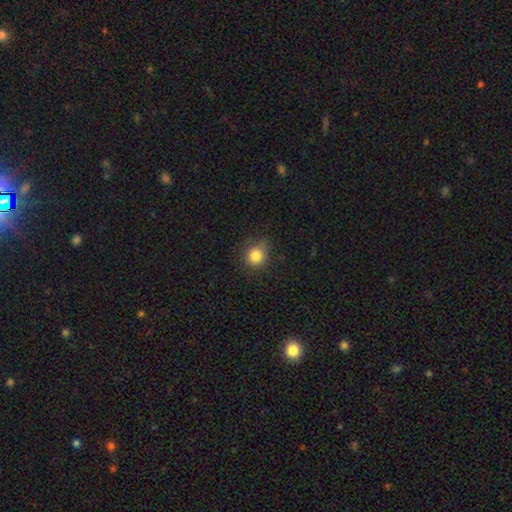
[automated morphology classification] This appears to be a smooth galaxy with no disk features (83%) that is round (83%). Merging: none (77%).